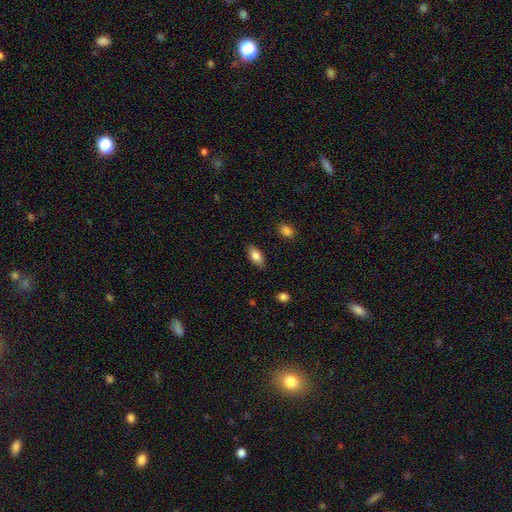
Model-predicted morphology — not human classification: type=smooth (84%); roundness=in between (88%); merging=none (85%).